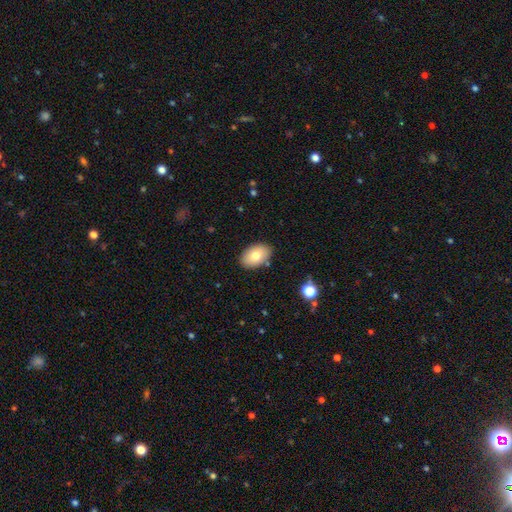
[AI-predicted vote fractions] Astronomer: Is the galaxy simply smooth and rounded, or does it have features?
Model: smooth — 78%.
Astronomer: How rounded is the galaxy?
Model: in between — 90%.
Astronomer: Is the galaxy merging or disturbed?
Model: none — 86%.